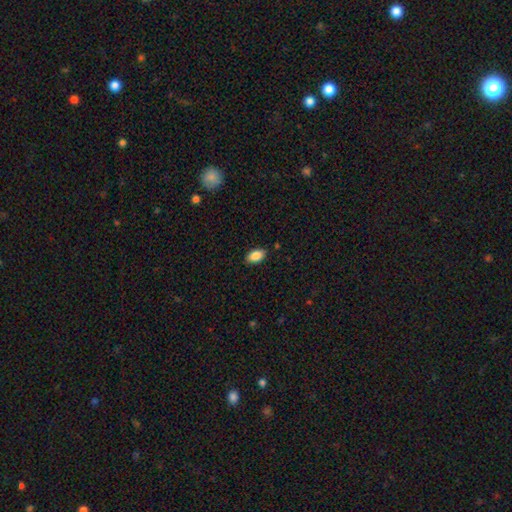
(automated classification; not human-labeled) Overall: smooth (87%). How rounded: in between (92%). Merging: none (87%).